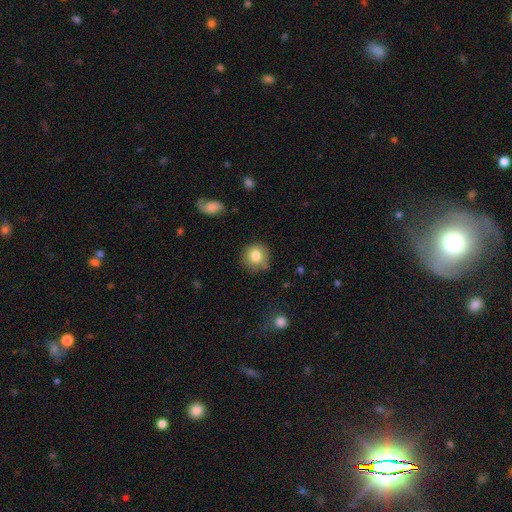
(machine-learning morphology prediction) A smooth galaxy with no disk features (81%) that is round (91%).

Vote fractions:
- Smooth or featured? smooth: 81% / star or artifact: 9% / featured or disk: 9%
- How rounded? round: 91% / in between: 8% / cigar-shaped: 1%
- Merging? none: 80% / minor disturbance: 14% / major disturbance: 3% / merger: 3%